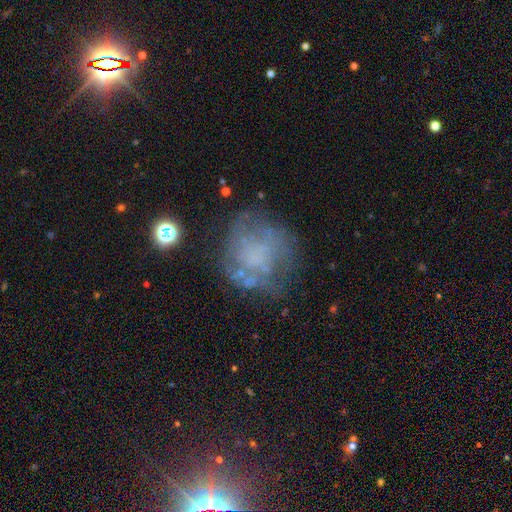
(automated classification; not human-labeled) This is possibly a featured or disk galaxy (54%). It is clearly not viewed edge-on (98%). Bar: clearly no (88%). Spiral arm pattern: likely no (68%). Central bulge: likely none (71%). Merging: possibly none (59%).